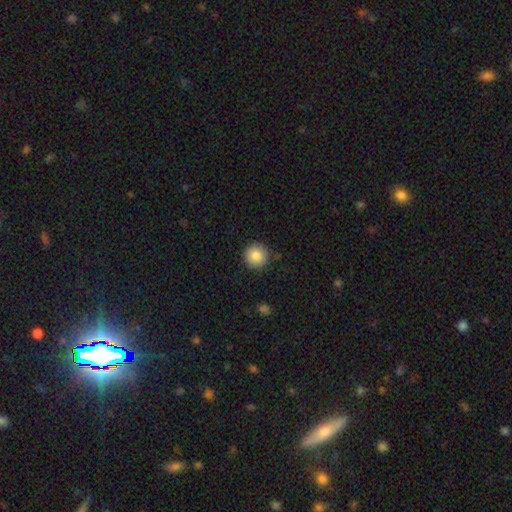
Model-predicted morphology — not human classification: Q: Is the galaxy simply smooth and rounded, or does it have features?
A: smooth — 86%.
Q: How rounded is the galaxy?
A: round — 95%.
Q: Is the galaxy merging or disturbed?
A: none — 89%.